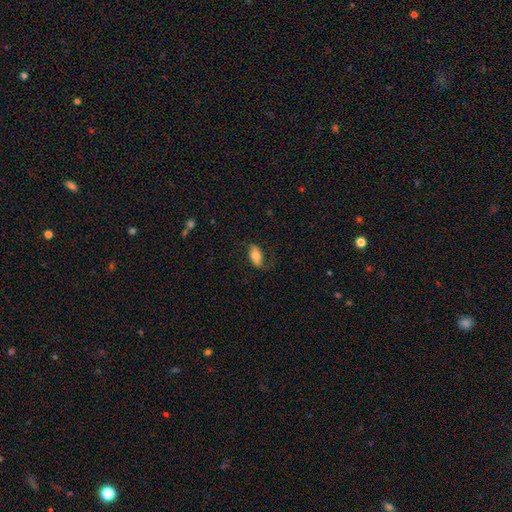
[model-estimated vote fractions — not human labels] smooth 69%, featured or disk 25%, star or artifact 7%. Down the decision tree: how rounded — in between (88%); merging — none (72%).